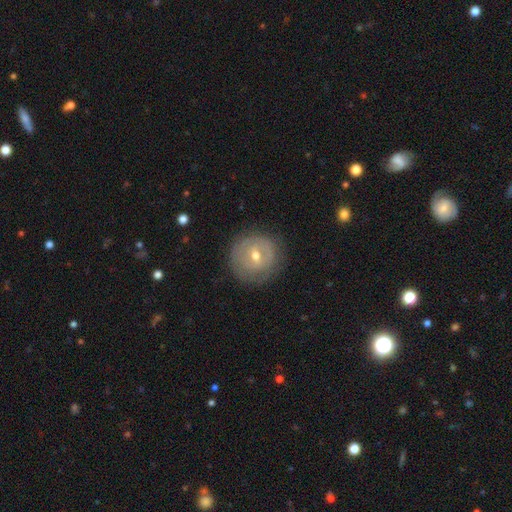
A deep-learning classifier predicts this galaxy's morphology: A featured or disk galaxy (59%) with a weak bar (49%), no spiral arms (54%) and a moderate central bulge (57%). Merging: none (80%).